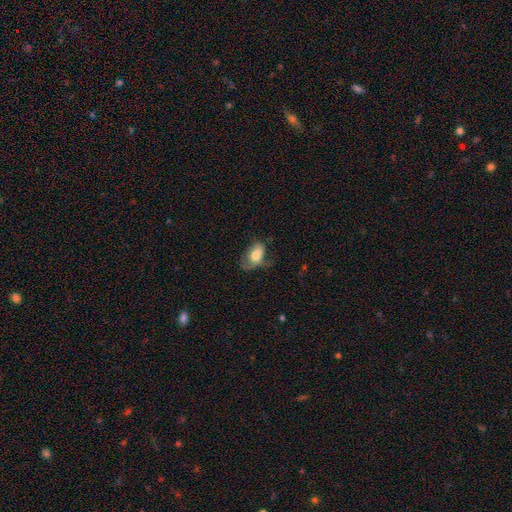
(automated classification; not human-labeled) smooth 65%, featured or disk 28%, star or artifact 8%. Down the decision tree: how rounded — in between (90%); merging — major disturbance (36%).